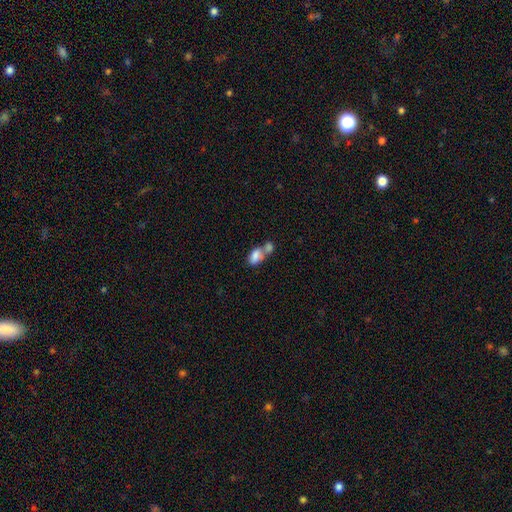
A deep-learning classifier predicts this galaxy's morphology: This is likely a smooth galaxy (79%). How rounded: clearly in between (89%). Merging: likely merger (65%).